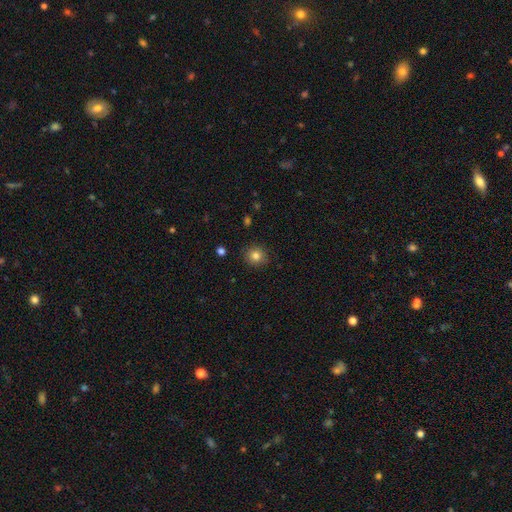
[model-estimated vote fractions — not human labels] The model was most divided on "smooth or featured": smooth: 82%, star or artifact: 11%, featured or disk: 7%. More confident: merging — none (89%); how rounded — round (88%).